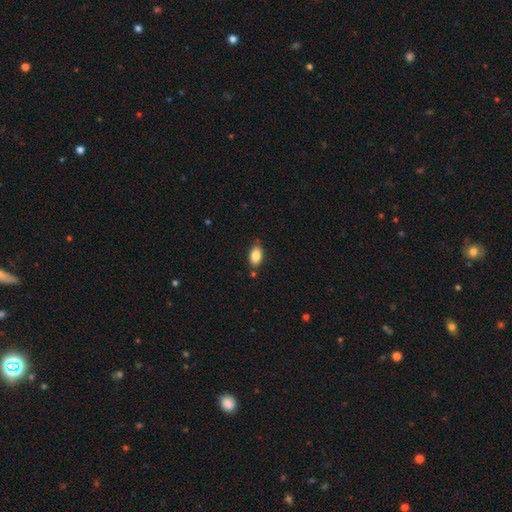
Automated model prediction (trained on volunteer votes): Smooth or featured? Predicted: smooth (p=0.86). How rounded? Predicted: in between (p=0.90). Merging? Predicted: none (p=0.79).